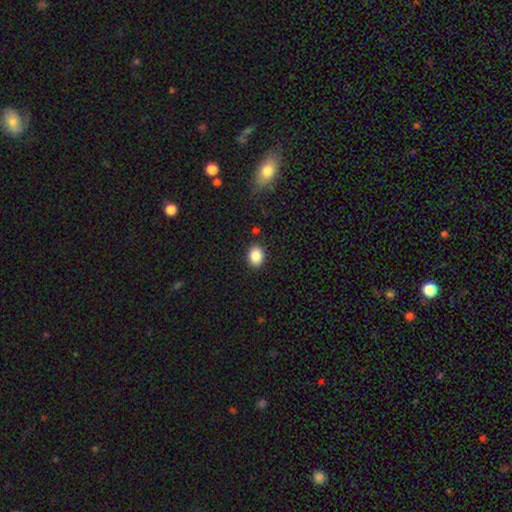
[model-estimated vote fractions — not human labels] Smooth or featured? smooth (86%)
How rounded? in between (64%)
Merging? none (88%)